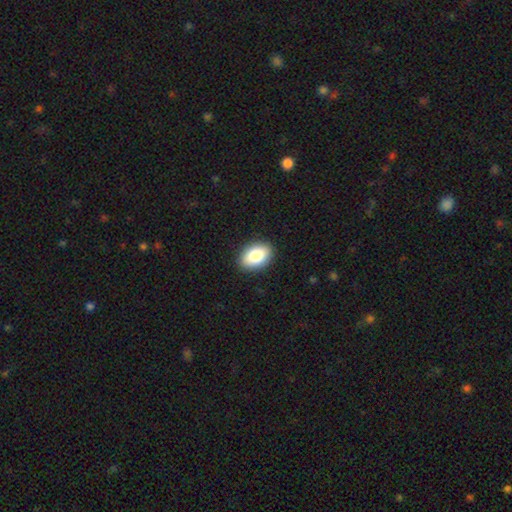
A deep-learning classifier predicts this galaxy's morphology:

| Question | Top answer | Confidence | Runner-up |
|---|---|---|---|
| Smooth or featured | smooth | 85% | featured or disk (8%) |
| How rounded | in between | 87% | round (12%) |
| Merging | none | 90% | minor disturbance (7%) |